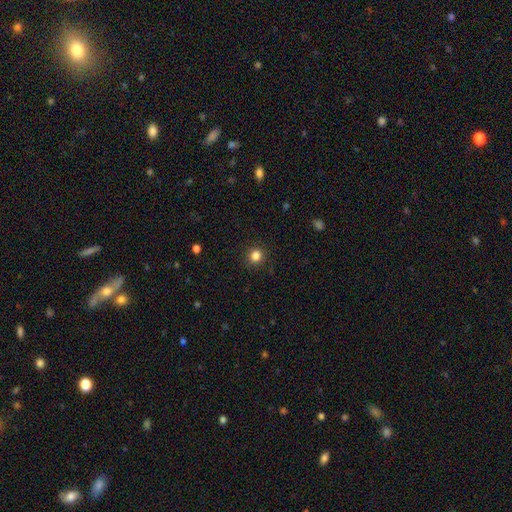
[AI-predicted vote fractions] Overall: smooth (84%). How rounded: round (87%). Merging: none (90%).